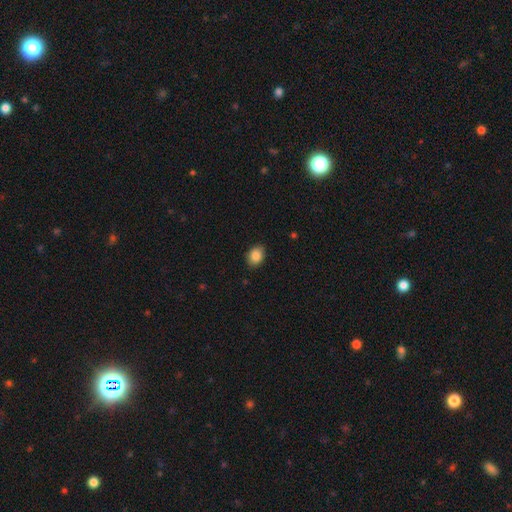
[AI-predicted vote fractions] The model was most divided on "how rounded": in between: 68%, round: 31%, cigar-shaped: 1%. More confident: smooth or featured — smooth (87%); merging — none (86%).